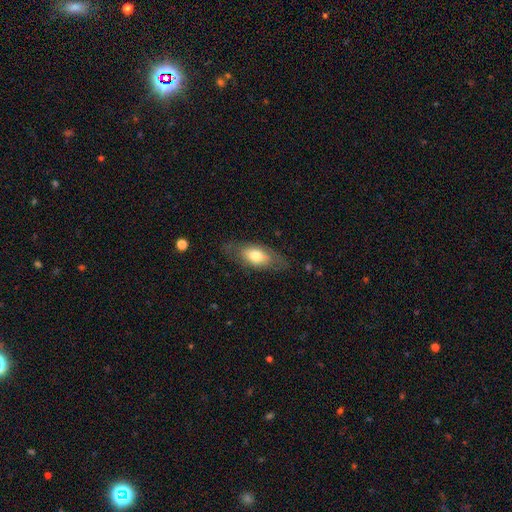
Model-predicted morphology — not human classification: type=smooth (63%); roundness=in between (85%); merging=none (73%).